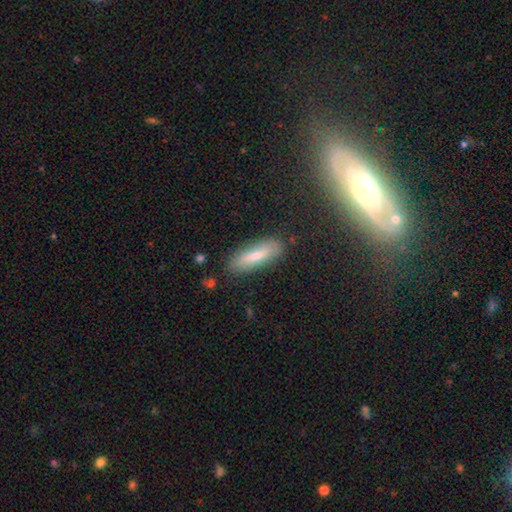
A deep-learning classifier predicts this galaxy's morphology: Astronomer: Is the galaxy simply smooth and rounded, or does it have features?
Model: smooth — 64%.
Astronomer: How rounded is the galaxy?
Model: cigar-shaped — 55% (runner-up: in between, 43%).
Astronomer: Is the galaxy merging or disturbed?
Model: none — 84%.